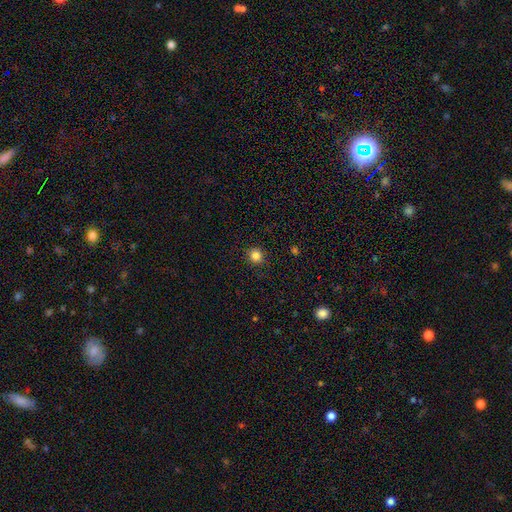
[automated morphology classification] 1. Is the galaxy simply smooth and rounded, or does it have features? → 84% smooth, 12% star or artifact, 4% featured or disk.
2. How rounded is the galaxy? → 91% round, 8% in between, 1% cigar-shaped.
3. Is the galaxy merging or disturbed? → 91% none, 6% minor disturbance, 2% major disturbance, 1% merger.